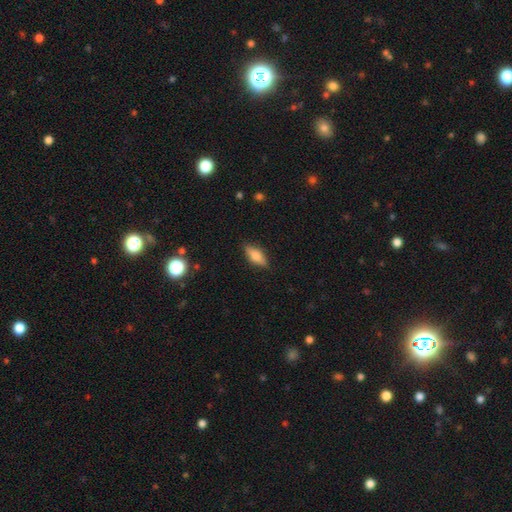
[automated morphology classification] smooth-or-featured: smooth: 61% | featured or disk: 31% | star or artifact: 8%
  how-rounded: in between: 64% | cigar-shaped: 32% | round: 3%
  merging: none: 85% | minor disturbance: 12% | major disturbance: 2% | merger: 1%